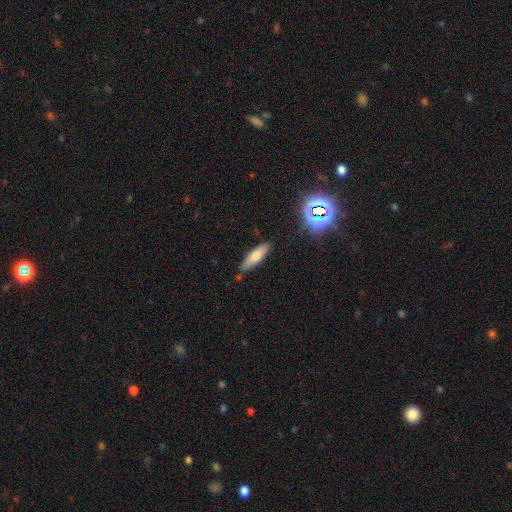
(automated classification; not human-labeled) A smooth galaxy with no disk features (71%) that is cigar-shaped (60%).

Vote fractions:
- Smooth or featured? smooth: 71% / featured or disk: 20% / star or artifact: 9%
- How rounded? cigar-shaped: 60% / in between: 38% / round: 2%
- Merging? none: 81% / minor disturbance: 13% / merger: 3% / major disturbance: 3%